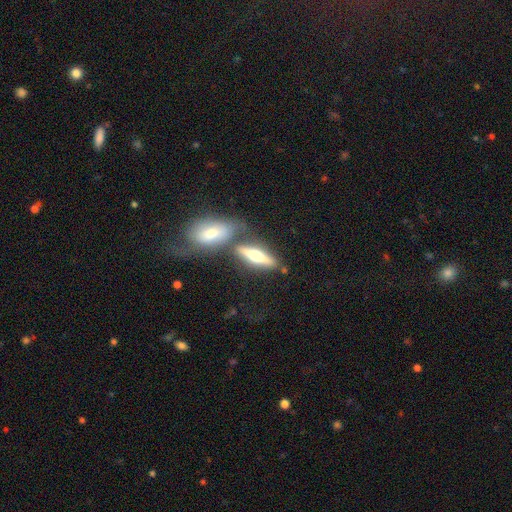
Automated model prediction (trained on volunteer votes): smooth_or_featured: featured or disk (p=0.52) [alt: smooth p=0.42]
disk_edge_on: yes (p=0.89) [alt: no p=0.11]
merging: none (p=0.60) [alt: merger p=0.24]